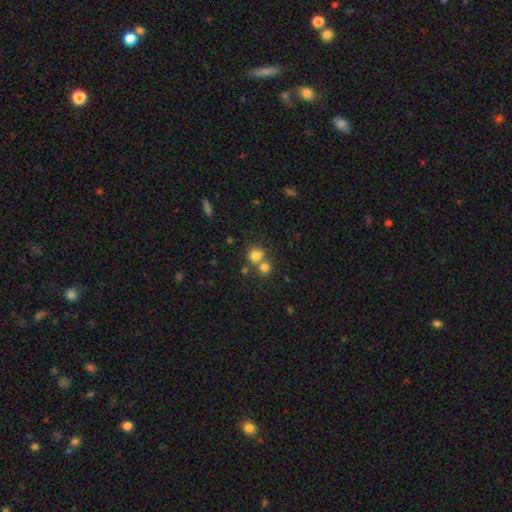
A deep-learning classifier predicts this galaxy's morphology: The model was most divided on "merging": none: 48%, merger: 42%, minor disturbance: 7%, major disturbance: 3%. More confident: how rounded — round (86%); smooth or featured — smooth (78%).